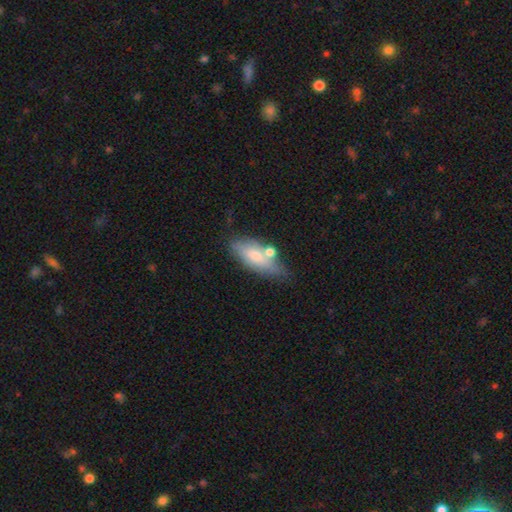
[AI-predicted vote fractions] smooth-or-featured: smooth: 63% | featured or disk: 29% | star or artifact: 7%
  how-rounded: in between: 71% | cigar-shaped: 26% | round: 3%
  merging: none: 54% | minor disturbance: 24% | merger: 15% | major disturbance: 7%